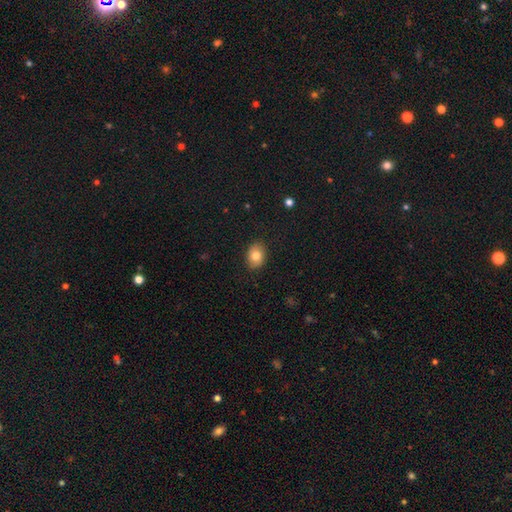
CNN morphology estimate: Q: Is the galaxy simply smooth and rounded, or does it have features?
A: smooth — 79%.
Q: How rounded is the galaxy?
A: in between — 69%.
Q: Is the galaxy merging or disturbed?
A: none — 87%.